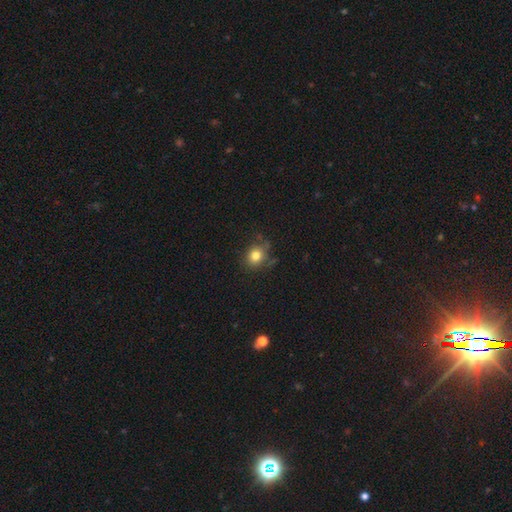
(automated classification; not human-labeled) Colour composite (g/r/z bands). It shows a smooth galaxy with no disk features (79%) that is round (71%). Merging: none (71%).